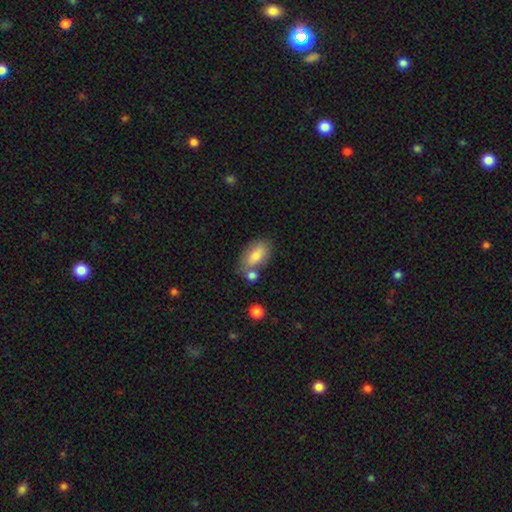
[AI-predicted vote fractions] This appears to be a smooth galaxy with no disk features (75%) that is in between round and cigar-shaped (88%). Merging: none (57%).